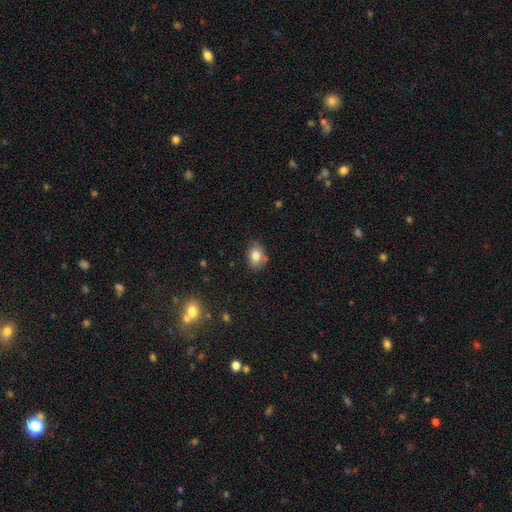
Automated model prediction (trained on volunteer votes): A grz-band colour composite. It shows a smooth galaxy with no disk features (82%) that is in between round and cigar-shaped (76%). Merging: none (75%).